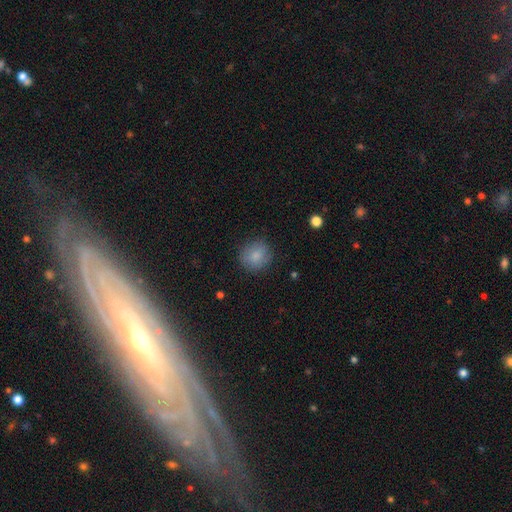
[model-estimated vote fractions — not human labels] Morphology: type=smooth (84%); roundness=round (88%); merging=none (85%).